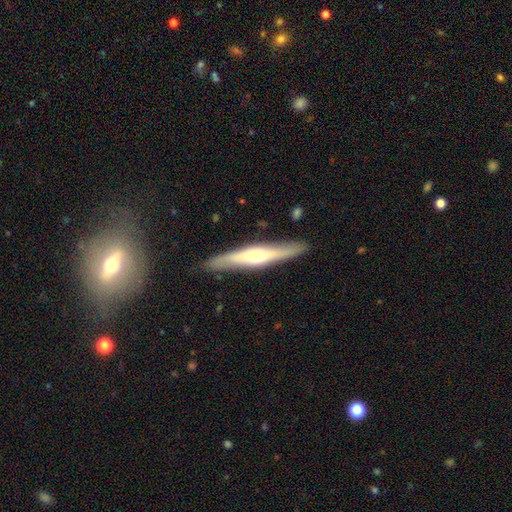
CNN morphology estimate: smooth_or_featured: featured or disk (p=0.60) [alt: smooth p=0.35]
disk_edge_on: yes (p=0.94) [alt: no p=0.06]
edge_on_bulge: rounded (p=0.67) [alt: boxy p=0.19]
merging: none (p=0.88) [alt: minor disturbance p=0.09]